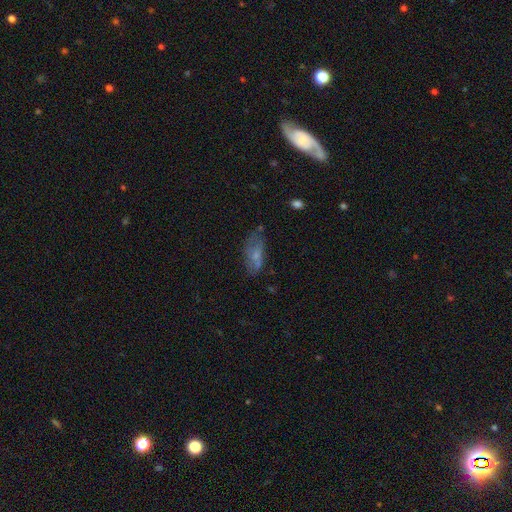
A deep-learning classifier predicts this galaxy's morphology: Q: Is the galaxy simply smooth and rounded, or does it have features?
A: smooth — 57%.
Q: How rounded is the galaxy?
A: in between — 79%.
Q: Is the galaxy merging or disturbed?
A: none — 51%.